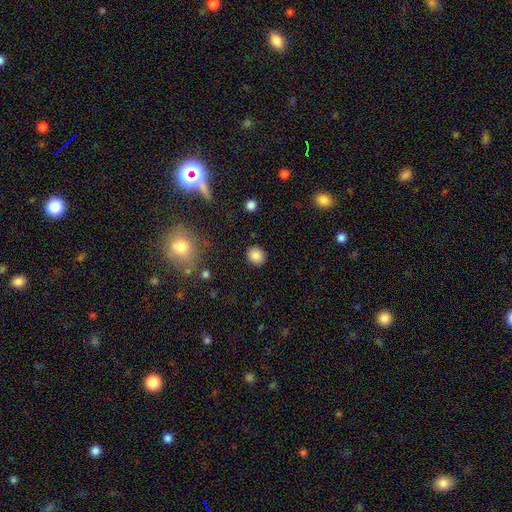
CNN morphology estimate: The model was most divided on "how rounded": round: 71%, in between: 28%, cigar-shaped: 1%. More confident: merging — none (89%); smooth or featured — smooth (86%).